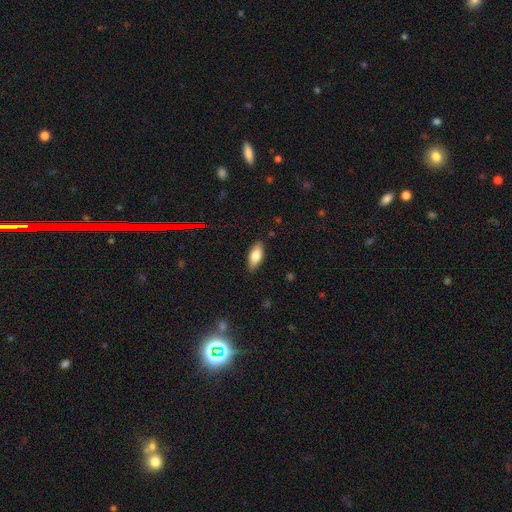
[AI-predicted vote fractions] This is likely a smooth galaxy (77%). How rounded: clearly in between (83%). Merging: clearly none (88%).